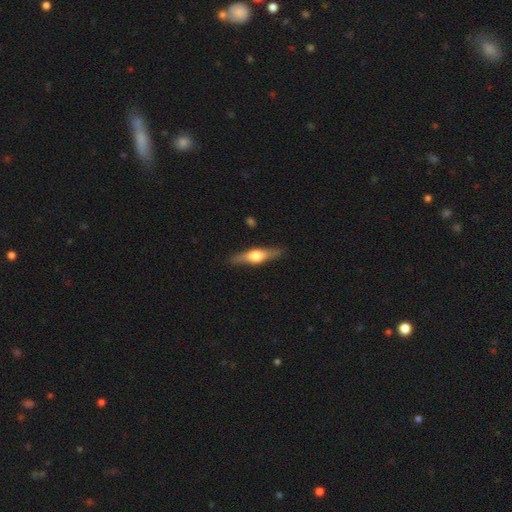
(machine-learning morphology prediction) type=featured or disk (61%); edge-on=yes (95%); edge-on bulge=rounded (93%); merging=none (88%).